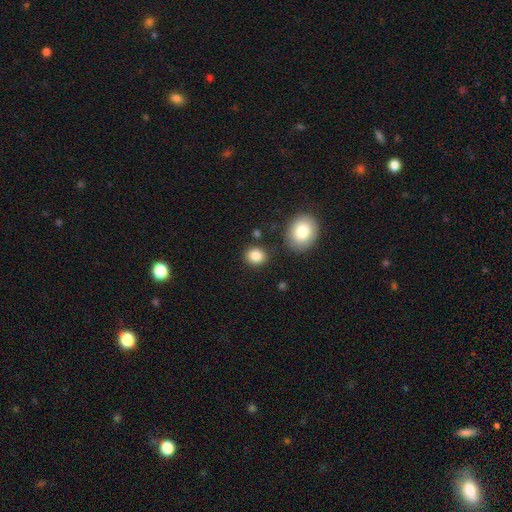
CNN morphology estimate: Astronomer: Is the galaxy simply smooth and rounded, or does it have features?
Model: smooth — 86%.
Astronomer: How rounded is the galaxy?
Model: round — 73%.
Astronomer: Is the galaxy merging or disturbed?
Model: none — 82%.